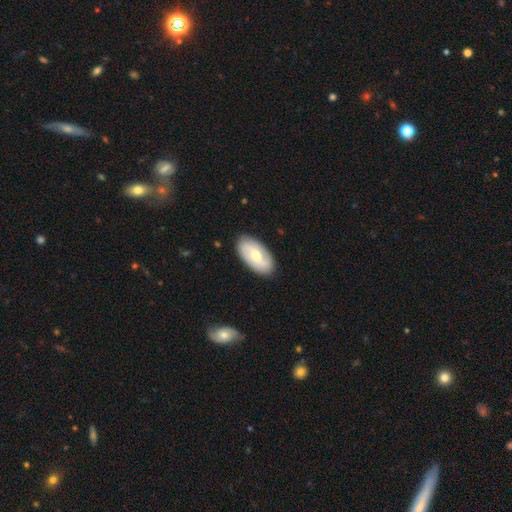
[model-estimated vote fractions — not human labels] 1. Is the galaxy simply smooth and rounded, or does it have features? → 64% featured or disk, 31% smooth, 5% star or artifact.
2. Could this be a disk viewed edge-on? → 93% no, 7% yes.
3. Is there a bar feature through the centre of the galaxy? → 45% weak, 36% no, 19% strong.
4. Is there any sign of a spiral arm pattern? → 82% yes, 18% no.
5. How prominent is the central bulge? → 56% moderate, 39% small, 3% large, 1% none, 1% dominant.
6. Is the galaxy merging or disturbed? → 87% none, 9% minor disturbance, 2% major disturbance, 1% merger.